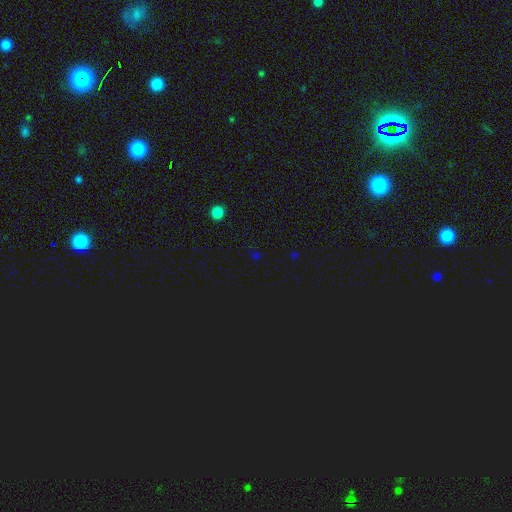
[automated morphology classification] Smooth or featured? Predicted: star or artifact (p=0.66).